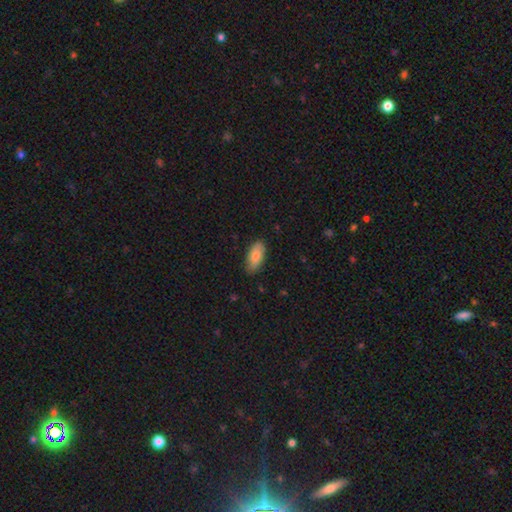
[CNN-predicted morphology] A smooth galaxy with no disk features (81%) that is in between round and cigar-shaped (89%).

Vote fractions:
- Smooth or featured? smooth: 81% / featured or disk: 13% / star or artifact: 6%
- How rounded? in between: 89% / cigar-shaped: 9% / round: 2%
- Merging? none: 82% / minor disturbance: 15% / major disturbance: 2% / merger: 1%